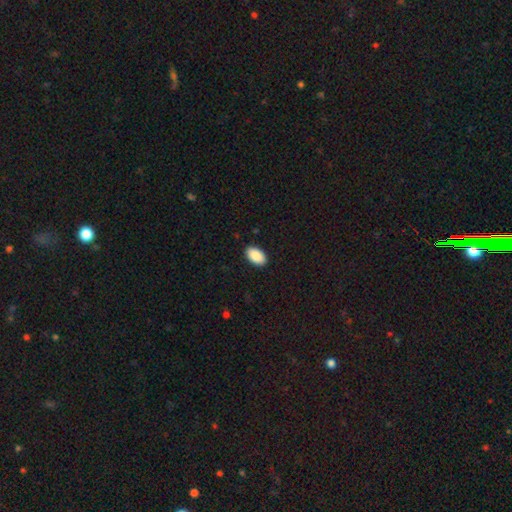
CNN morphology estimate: Overall: smooth (90%). How rounded: in between (95%). Merging: none (90%).